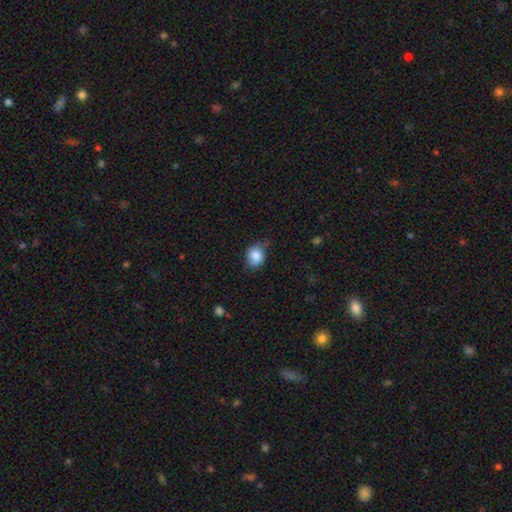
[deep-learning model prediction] smooth 83%, star or artifact 9%, featured or disk 8%. Down the decision tree: how rounded — round (62%); merging — none (60%).